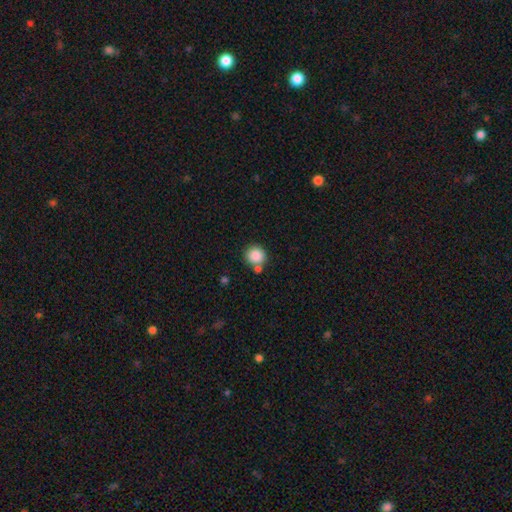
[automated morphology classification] This is clearly a smooth galaxy (87%). How rounded: clearly round (90%). Merging: likely none (67%).